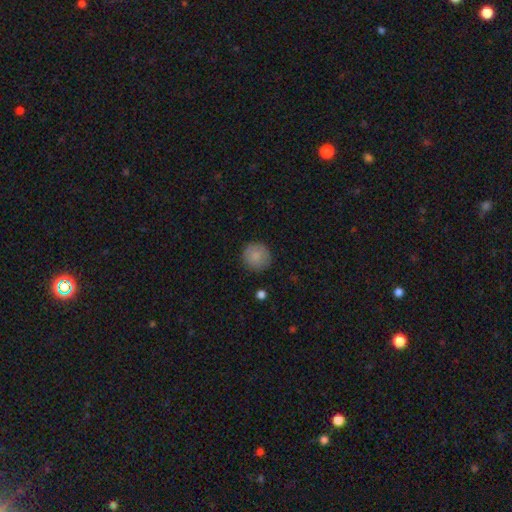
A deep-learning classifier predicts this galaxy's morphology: Smooth or featured: smooth — 85% (star or artifact — 8%)
How rounded: round — 94% (in between — 5%)
Merging: none — 86% (minor disturbance — 10%)